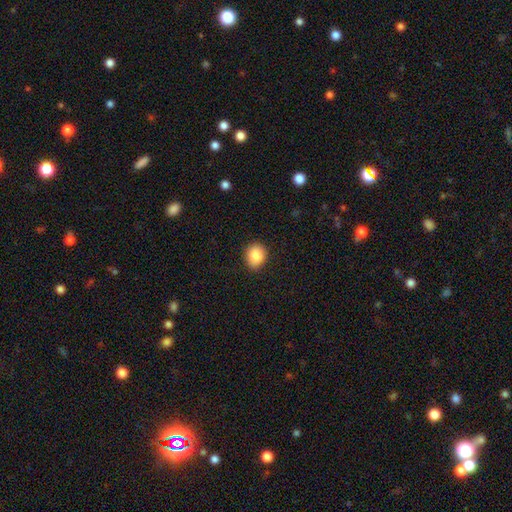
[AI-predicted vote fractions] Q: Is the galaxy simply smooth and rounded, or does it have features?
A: smooth — 87%.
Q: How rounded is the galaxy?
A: round — 64%.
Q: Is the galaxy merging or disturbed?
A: none — 85%.